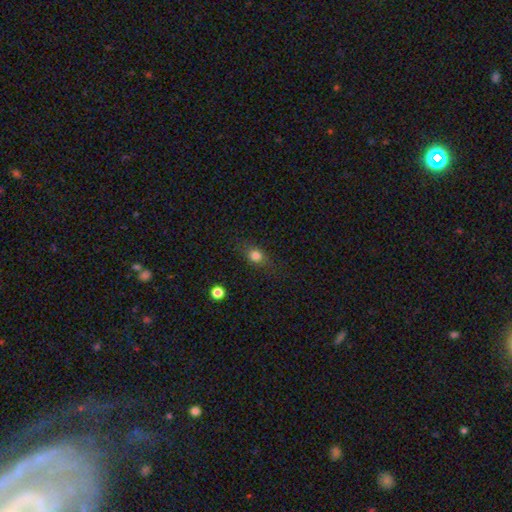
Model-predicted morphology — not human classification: Smooth or featured: smooth — 77% (star or artifact — 12%)
How rounded: in between — 50% (round — 43%)
Merging: none — 78% (minor disturbance — 15%)